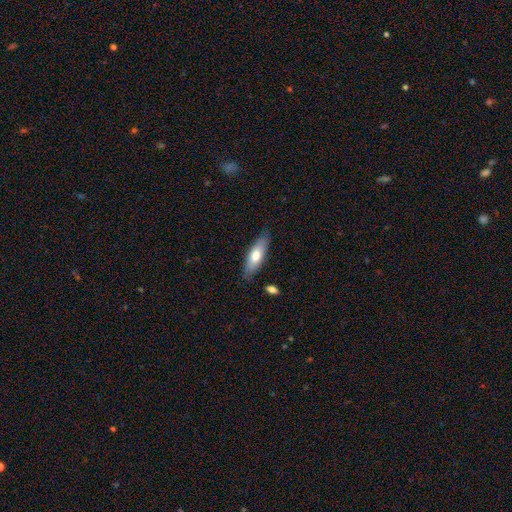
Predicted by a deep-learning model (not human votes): Smooth or featured?
  - smooth: 66% *
  - featured or disk: 28%
  - star or artifact: 6%
How rounded?
  - in between: 52% *
  - cigar-shaped: 46%
  - round: 2%
Merging?
  - none: 82% *
  - minor disturbance: 13%
  - major disturbance: 3%
  - merger: 2%